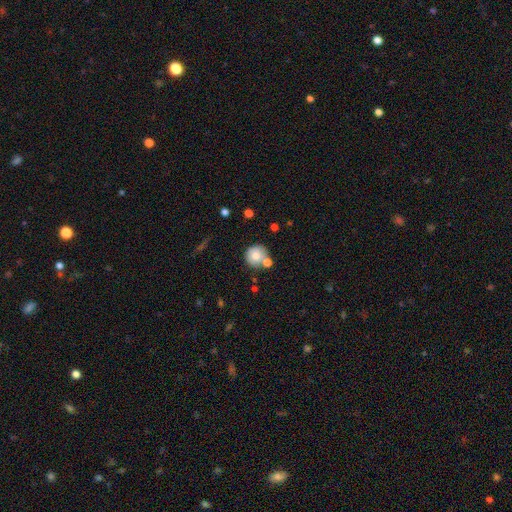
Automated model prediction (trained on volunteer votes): Smooth or featured? smooth (75%)
How rounded? round (93%)
Merging? none (63%)